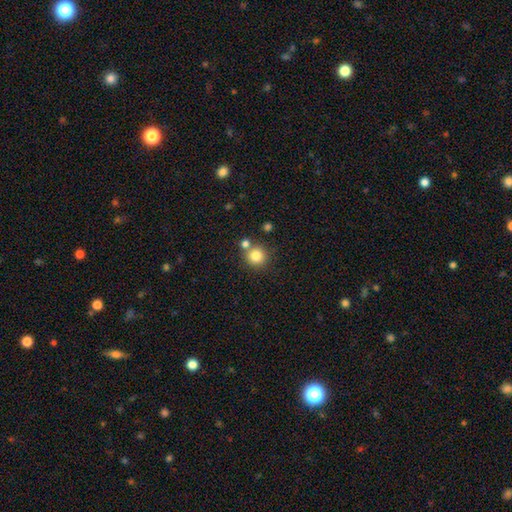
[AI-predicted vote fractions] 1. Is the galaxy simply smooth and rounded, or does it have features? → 82% smooth, 11% star or artifact, 7% featured or disk.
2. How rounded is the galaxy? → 93% round, 6% in between, 1% cigar-shaped.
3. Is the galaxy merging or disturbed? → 71% none, 18% merger, 8% minor disturbance, 3% major disturbance.